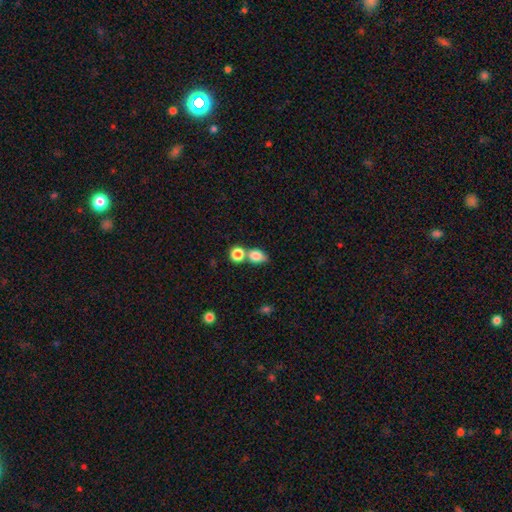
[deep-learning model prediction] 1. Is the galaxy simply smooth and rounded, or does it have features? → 80% smooth, 10% star or artifact, 10% featured or disk.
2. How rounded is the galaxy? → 68% in between, 29% round, 2% cigar-shaped.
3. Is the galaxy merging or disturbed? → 44% none, 40% merger, 11% minor disturbance, 5% major disturbance.